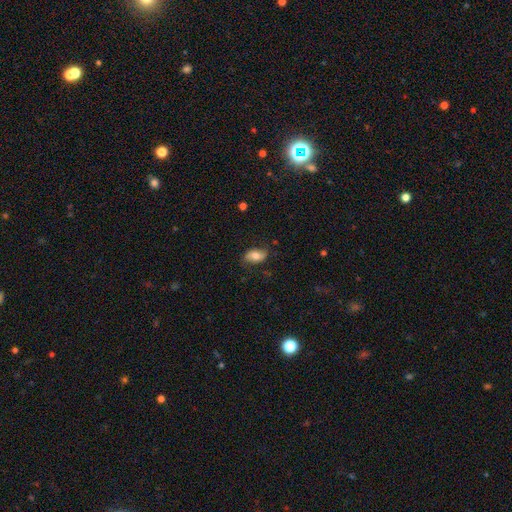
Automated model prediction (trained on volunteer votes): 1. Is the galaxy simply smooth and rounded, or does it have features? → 67% smooth, 26% featured or disk, 8% star or artifact.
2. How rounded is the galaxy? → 90% in between, 6% round, 3% cigar-shaped.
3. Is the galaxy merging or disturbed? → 76% none, 18% minor disturbance, 5% major disturbance, 1% merger.